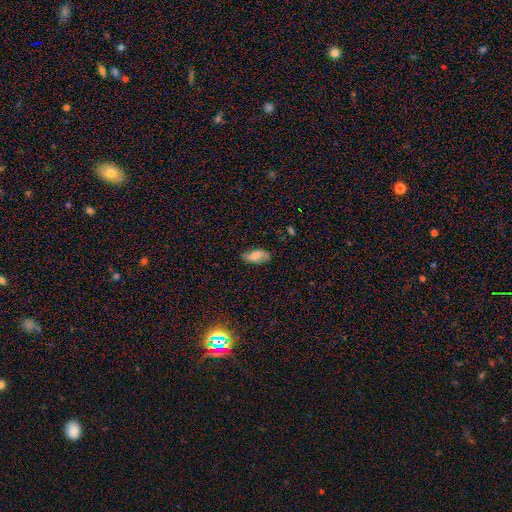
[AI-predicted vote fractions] This is likely a smooth galaxy (75%). How rounded: clearly in between (90%). Merging: likely none (74%).